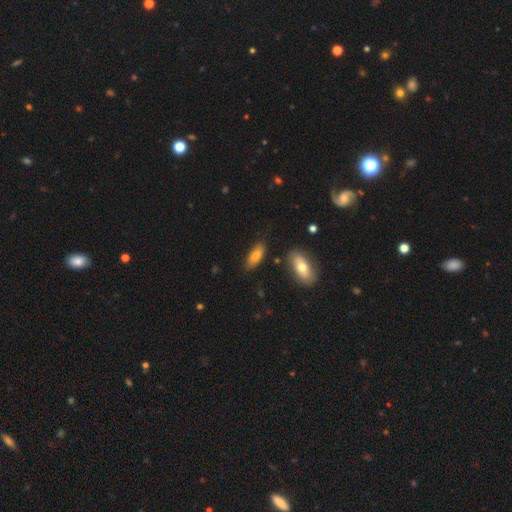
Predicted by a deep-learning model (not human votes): Morphology: type=smooth (78%); roundness=in between (79%); merging=none (77%).